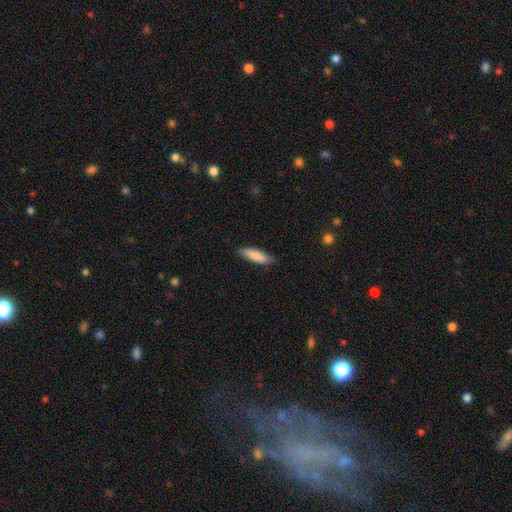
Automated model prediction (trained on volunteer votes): Smooth or featured?
  - smooth: 85% *
  - featured or disk: 10%
  - star or artifact: 6%
How rounded?
  - cigar-shaped: 56% *
  - in between: 43%
  - round: 1%
Merging?
  - none: 82% *
  - minor disturbance: 15%
  - major disturbance: 2%
  - merger: 1%